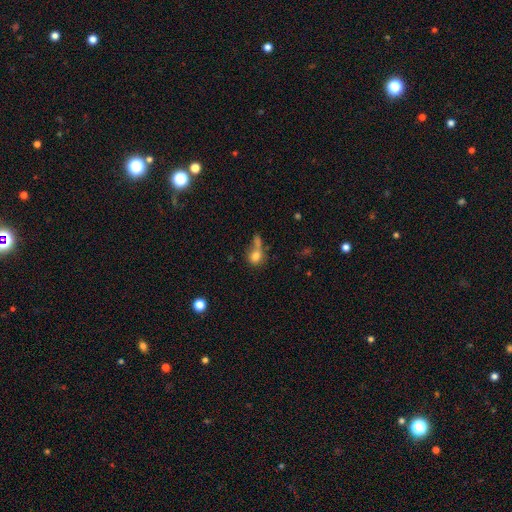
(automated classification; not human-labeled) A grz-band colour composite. It shows a smooth galaxy with no disk features (76%) that is round (63%). Merging: merger (38%).